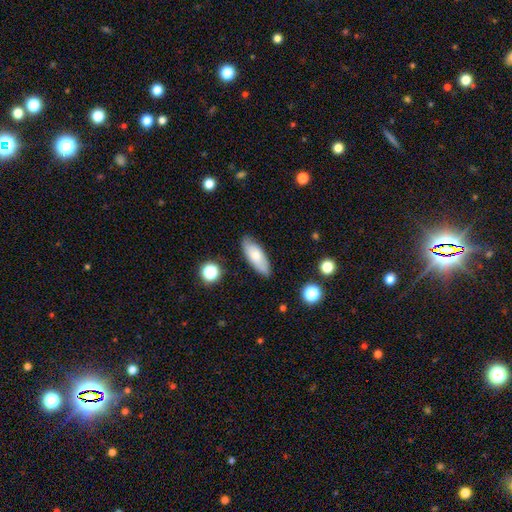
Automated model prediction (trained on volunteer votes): Smooth or featured?
  - smooth: 74% *
  - featured or disk: 19%
  - star or artifact: 7%
How rounded?
  - in between: 75% *
  - cigar-shaped: 23%
  - round: 2%
Merging?
  - none: 83% *
  - minor disturbance: 13%
  - major disturbance: 2%
  - merger: 2%